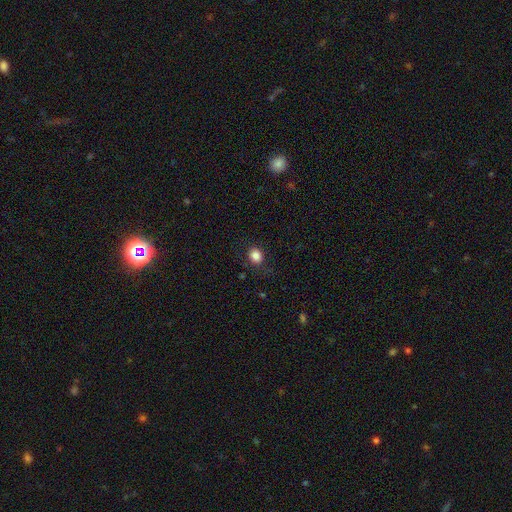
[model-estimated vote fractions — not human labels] Smooth or featured? Predicted: smooth (p=0.85). How rounded? Predicted: round (p=0.63). Merging? Predicted: none (p=0.84).